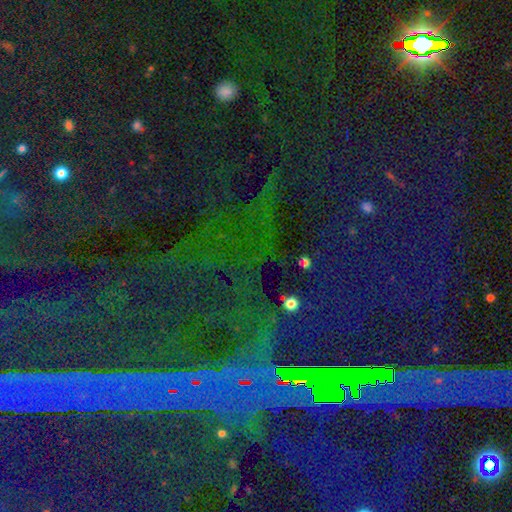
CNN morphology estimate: Overall: star or artifact (87%).